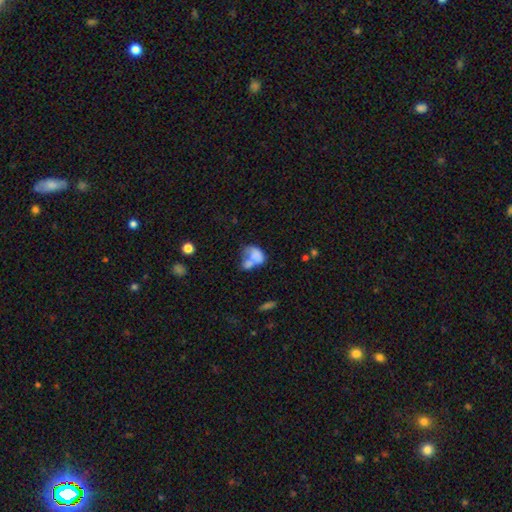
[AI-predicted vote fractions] A smooth galaxy with no disk features (66%) that is in between round and cigar-shaped (79%).

Vote fractions:
- Smooth or featured? smooth: 66% / featured or disk: 25% / star or artifact: 9%
- How rounded? in between: 79% / round: 19% / cigar-shaped: 2%
- Merging? merger: 57% / none: 16% / major disturbance: 15% / minor disturbance: 11%